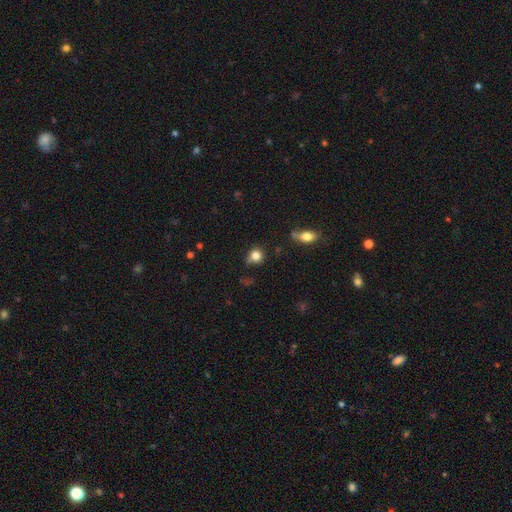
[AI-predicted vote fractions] Smooth or featured? Predicted: smooth (p=0.82). How rounded? Predicted: round (p=0.80). Merging? Predicted: none (p=0.62).